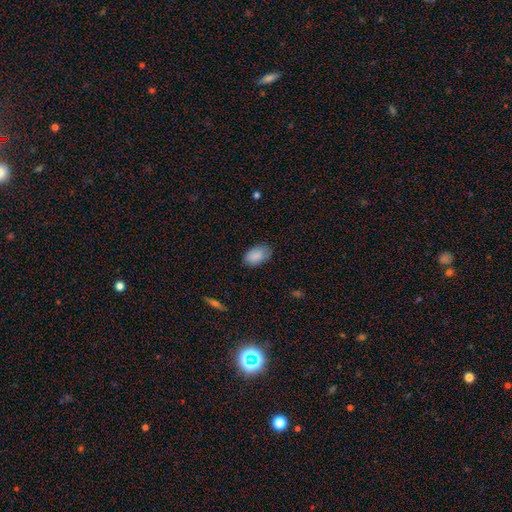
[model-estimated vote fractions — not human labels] Overall: smooth (87%). How rounded: in between (92%). Merging: none (74%).